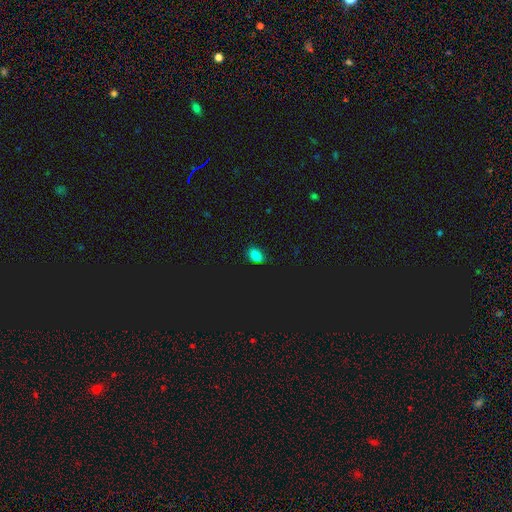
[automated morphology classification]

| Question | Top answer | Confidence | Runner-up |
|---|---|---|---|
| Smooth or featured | smooth | 76% | star or artifact (20%) |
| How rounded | in between | 74% | round (24%) |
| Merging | none | 76% | minor disturbance (19%) |